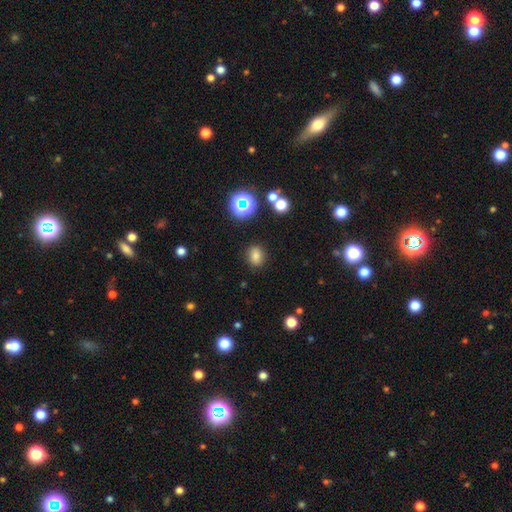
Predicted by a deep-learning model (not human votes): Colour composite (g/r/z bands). It shows a smooth galaxy with no disk features (76%) that is round (51%). Merging: none (85%).